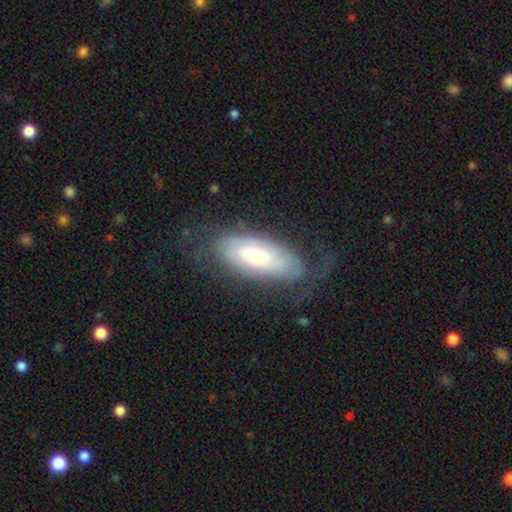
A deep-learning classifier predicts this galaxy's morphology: smooth-or-featured: featured or disk: 59% | smooth: 34% | star or artifact: 7%
  disk-edge-on: no: 85% | yes: 15%
    bar: no: 71% | weak: 22% | strong: 7%
    has-spiral-arms: yes: 71% | no: 29%
    bulge-size: moderate: 55% | small: 35% | large: 7% | dominant: 1% | none: 1%
  merging: none: 61% | minor disturbance: 22% | major disturbance: 16% | merger: 1%